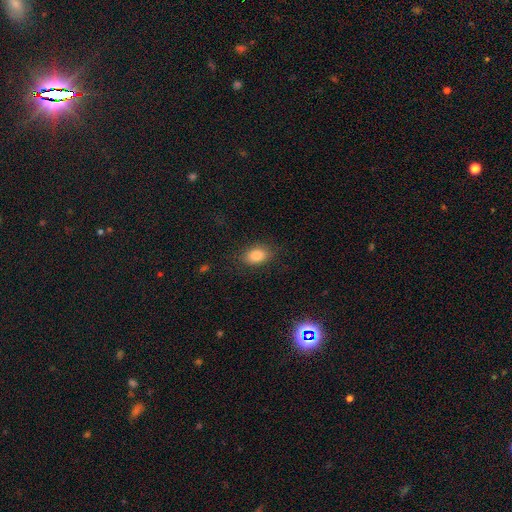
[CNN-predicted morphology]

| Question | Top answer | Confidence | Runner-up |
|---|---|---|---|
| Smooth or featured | smooth | 83% | star or artifact (9%) |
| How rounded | in between | 82% | round (17%) |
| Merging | none | 85% | minor disturbance (11%) |